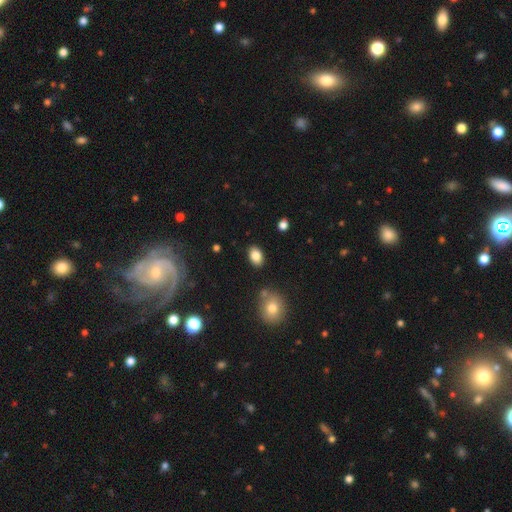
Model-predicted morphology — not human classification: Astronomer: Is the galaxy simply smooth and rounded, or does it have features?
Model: smooth — 84%.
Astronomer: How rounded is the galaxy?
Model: in between — 84%.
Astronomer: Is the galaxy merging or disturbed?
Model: none — 86%.